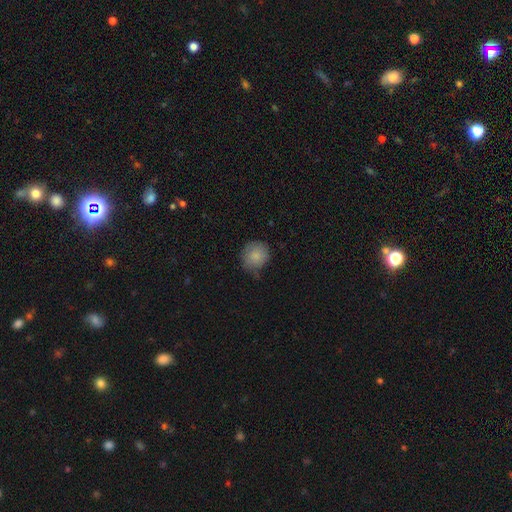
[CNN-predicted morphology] A smooth galaxy with no disk features (84%) that is round (87%). Merging: none (67%).